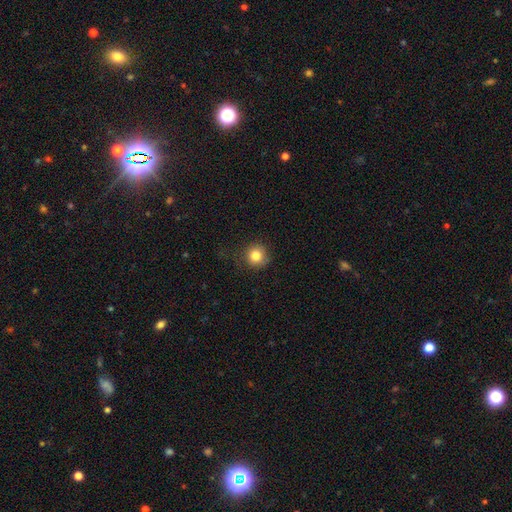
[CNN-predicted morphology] Q: Smooth or featured?
A: smooth (83%); runner-up: star or artifact (11%)
Q: How rounded?
A: round (93%); runner-up: in between (6%)
Q: Merging?
A: none (82%); runner-up: minor disturbance (13%)